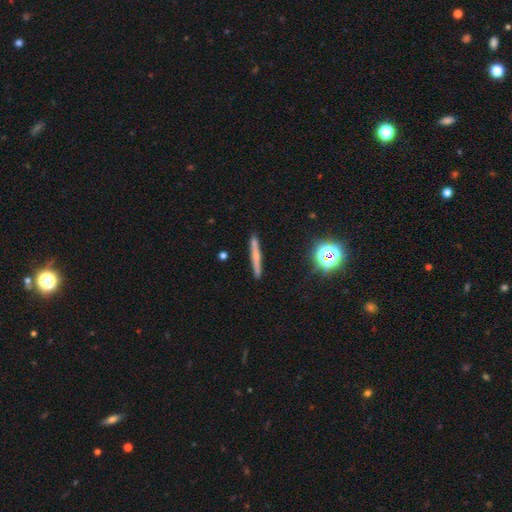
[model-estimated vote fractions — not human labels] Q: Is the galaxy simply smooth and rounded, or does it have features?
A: smooth — 44%.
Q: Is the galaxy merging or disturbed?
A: none — 90%.